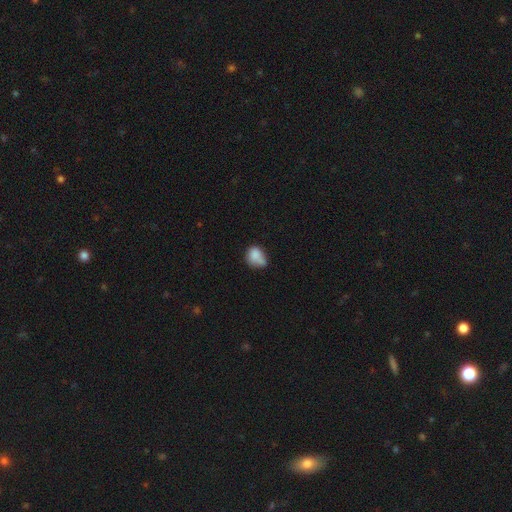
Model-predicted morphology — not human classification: This is likely a smooth galaxy (78%). How rounded: possibly in between (52%). Merging: marginally none (34%).